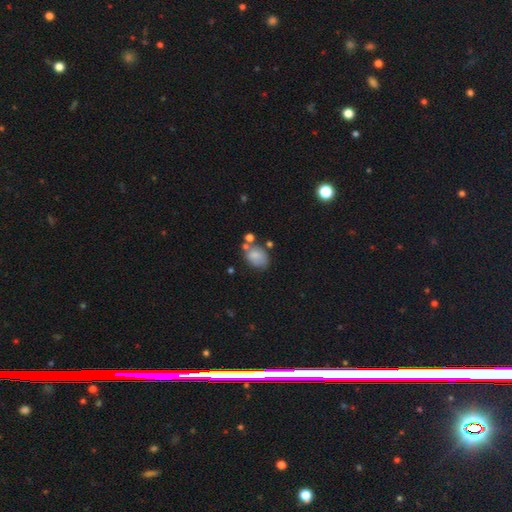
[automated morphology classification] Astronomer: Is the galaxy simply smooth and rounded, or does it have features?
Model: smooth — 76%.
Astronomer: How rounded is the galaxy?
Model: in between — 72%.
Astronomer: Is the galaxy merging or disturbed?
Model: none — 52%.